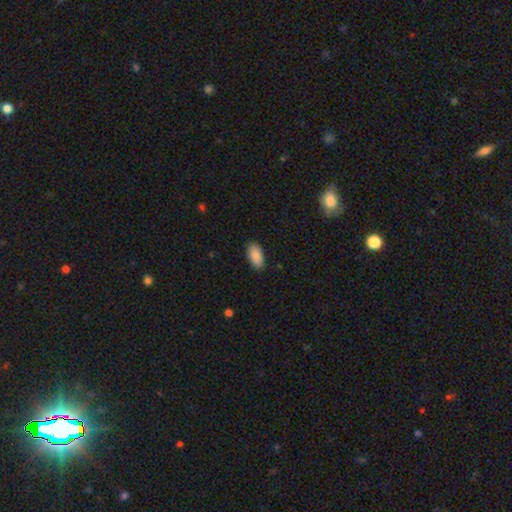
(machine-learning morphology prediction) type=smooth (90%); roundness=in between (93%); merging=none (88%).